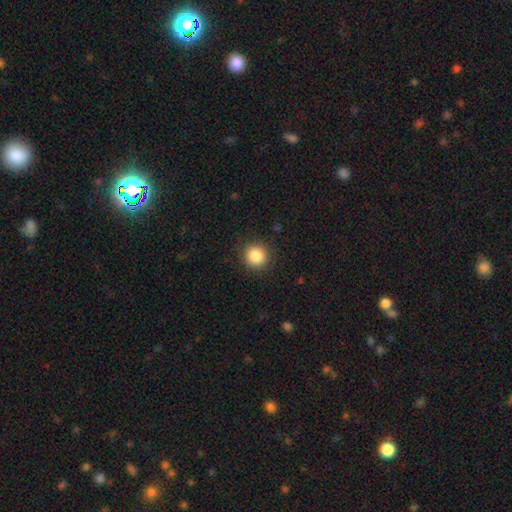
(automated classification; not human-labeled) A smooth galaxy with no disk features (86%) that is round (94%). Merging: none (90%).